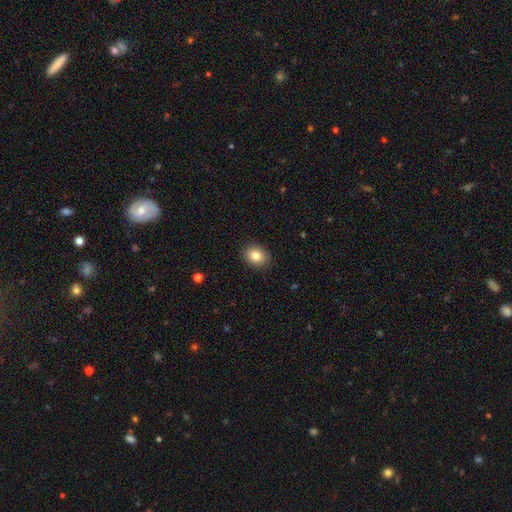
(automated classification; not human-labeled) This appears to be a smooth galaxy with no disk features (84%) that is in between round and cigar-shaped (55%). Merging: none (90%).